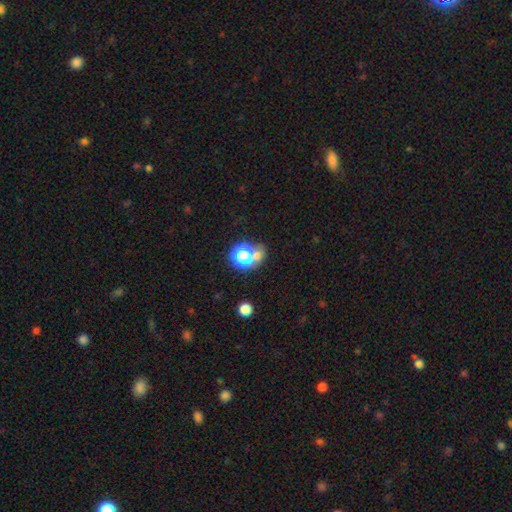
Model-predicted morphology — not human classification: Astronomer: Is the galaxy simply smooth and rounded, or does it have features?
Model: smooth — 58%.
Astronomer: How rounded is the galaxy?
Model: round — 71%.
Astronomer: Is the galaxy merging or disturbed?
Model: none — 50% (runner-up: merger, 33%).